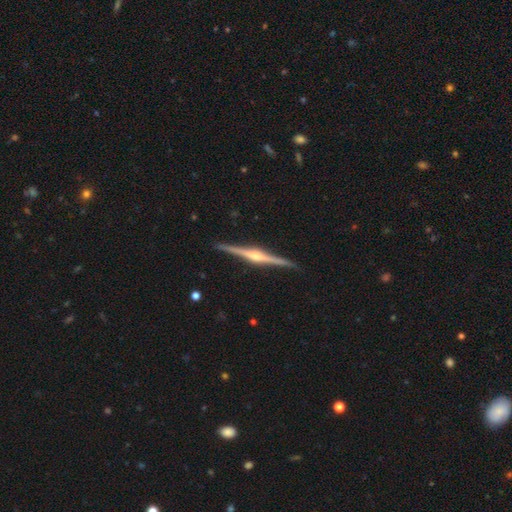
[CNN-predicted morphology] Smooth or featured? Predicted: featured or disk (p=0.87). Edge-on disk? Predicted: yes (p=0.99). Edge-on bulge? Predicted: rounded (p=0.87). Merging? Predicted: none (p=0.92).